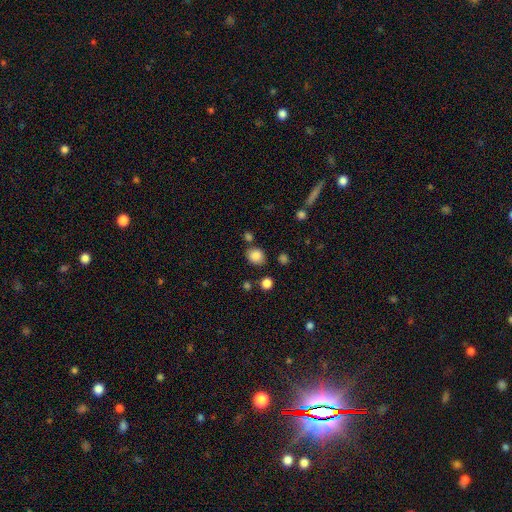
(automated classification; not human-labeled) smooth 85%, star or artifact 10%, featured or disk 5%. Down the decision tree: how rounded — round (61%); merging — none (77%).